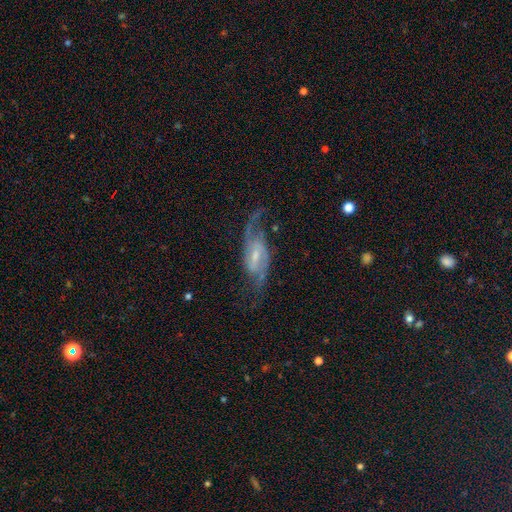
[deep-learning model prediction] featured or disk 87%, smooth 7%, star or artifact 6%. Down the decision tree: edge-on disk — no (93%); bar — weak (54%); spiral arms — yes (96%); spiral arm count — 2 (89%); spiral winding — loose (44%); bulge size — small (53%); merging — none (69%).